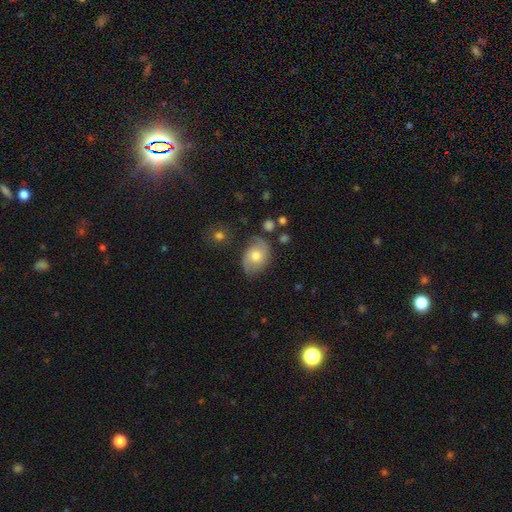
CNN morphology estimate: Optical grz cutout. It shows a featured or disk galaxy (49%). Merging: none (64%).